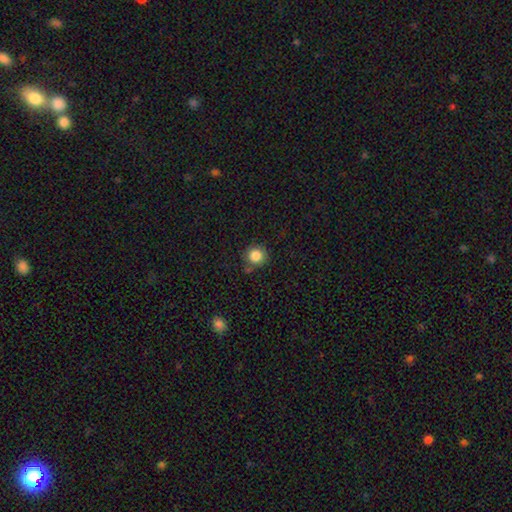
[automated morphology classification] Q: Smooth or featured?
A: smooth (85%); runner-up: star or artifact (10%)
Q: How rounded?
A: round (92%); runner-up: in between (7%)
Q: Merging?
A: none (79%); runner-up: minor disturbance (12%)